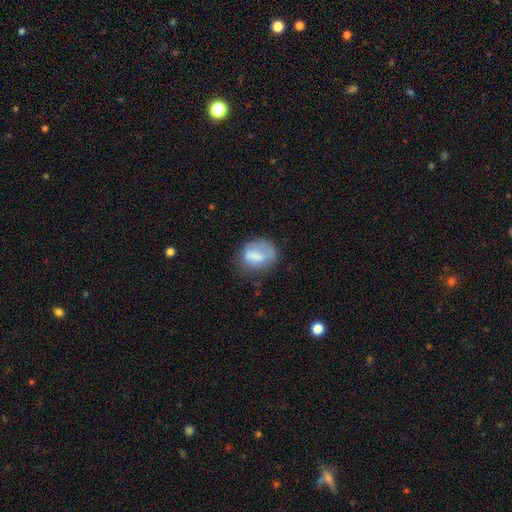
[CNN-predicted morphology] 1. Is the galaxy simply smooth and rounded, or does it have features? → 69% smooth, 22% featured or disk, 9% star or artifact.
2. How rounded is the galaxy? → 49% round (tied), 49% in between (tied), 2% cigar-shaped.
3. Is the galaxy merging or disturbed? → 51% none, 28% minor disturbance, 18% major disturbance, 3% merger.